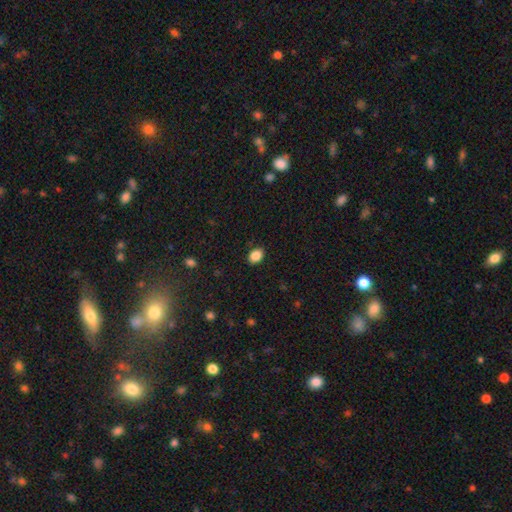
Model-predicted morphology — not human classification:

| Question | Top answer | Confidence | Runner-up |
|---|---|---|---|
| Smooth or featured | smooth | 88% | star or artifact (9%) |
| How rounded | in between | 67% | round (32%) |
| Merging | none | 88% | minor disturbance (9%) |